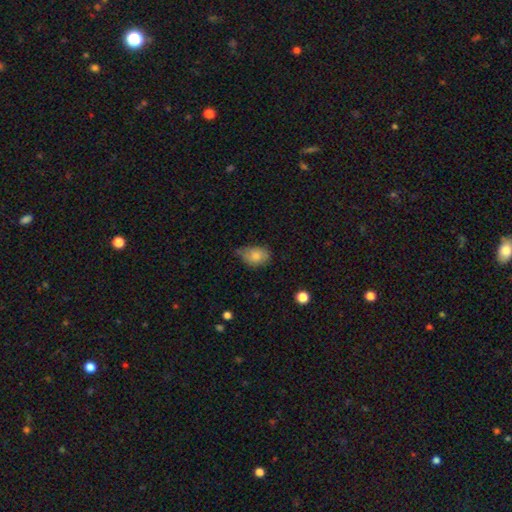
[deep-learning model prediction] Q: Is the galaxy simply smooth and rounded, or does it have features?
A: smooth — 79%.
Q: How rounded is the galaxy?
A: in between — 79%.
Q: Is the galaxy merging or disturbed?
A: none — 49%.